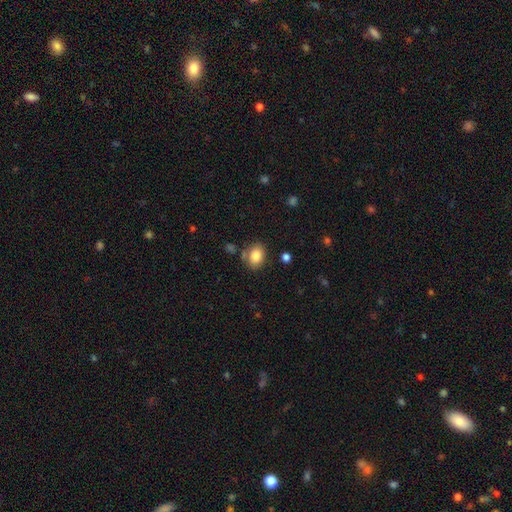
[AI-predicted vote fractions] This is clearly a smooth galaxy (85%). How rounded: likely in between (62%). Merging: likely none (71%).